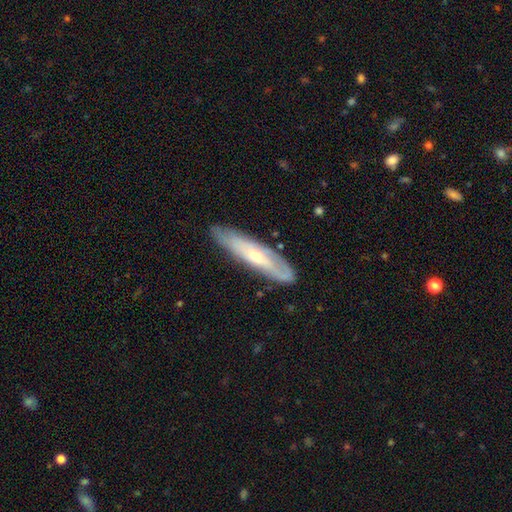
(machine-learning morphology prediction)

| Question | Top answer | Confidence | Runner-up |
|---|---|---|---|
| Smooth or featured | featured or disk | 61% | smooth (33%) |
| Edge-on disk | no | 51% | yes (49%) |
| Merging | none | 78% | minor disturbance (17%) |